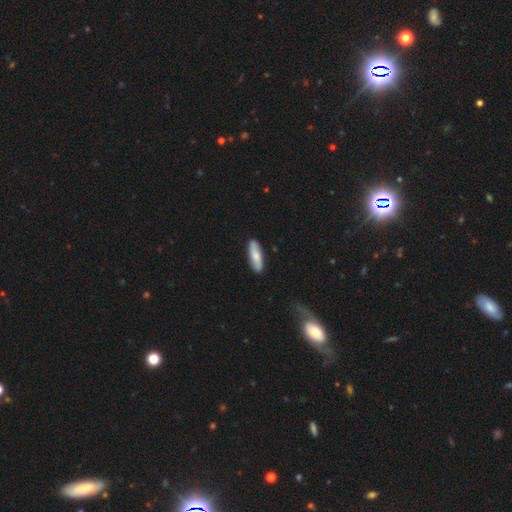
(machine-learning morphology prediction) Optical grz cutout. It shows a smooth galaxy with no disk features (70%) that is cigar-shaped (49%, tied with in between). Merging: none (87%).